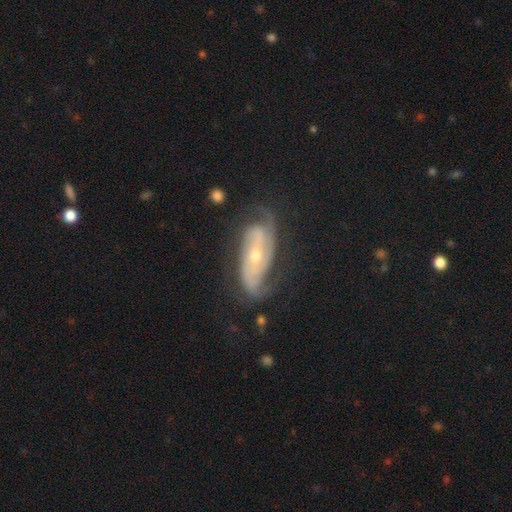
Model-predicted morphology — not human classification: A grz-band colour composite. It shows a featured or disk galaxy (83%) with no bar (57%), 2 (60%) tight (44%) spiral arms (94%) and a small central bulge (56%). Merging: none (66%).